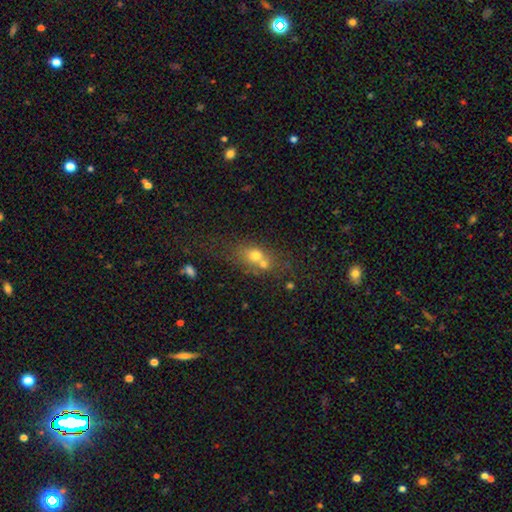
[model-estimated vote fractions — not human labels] smooth-or-featured: smooth: 64% | featured or disk: 21% | star or artifact: 15%
  how-rounded: round: 51% | in between: 45% | cigar-shaped: 4%
  merging: merger: 47% | none: 36% | minor disturbance: 11% | major disturbance: 7%